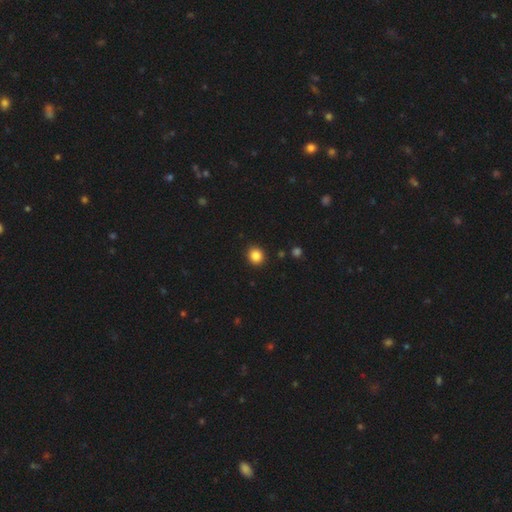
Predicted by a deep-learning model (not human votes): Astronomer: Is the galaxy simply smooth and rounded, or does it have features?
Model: smooth — 86%.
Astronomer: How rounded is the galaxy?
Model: round — 83%.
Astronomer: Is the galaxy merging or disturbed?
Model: none — 91%.